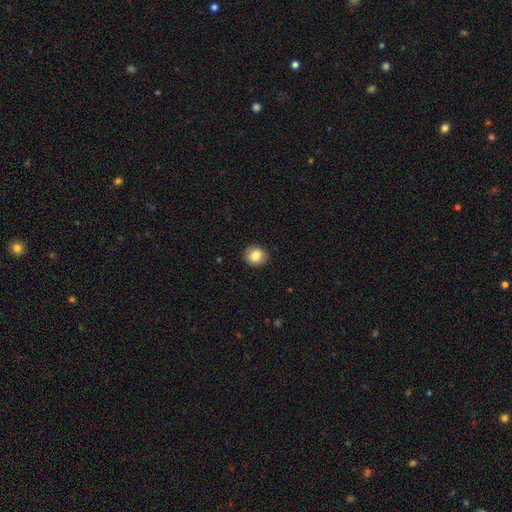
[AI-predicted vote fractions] This is clearly a smooth galaxy (81%). How rounded: likely round (79%). Merging: clearly none (89%).